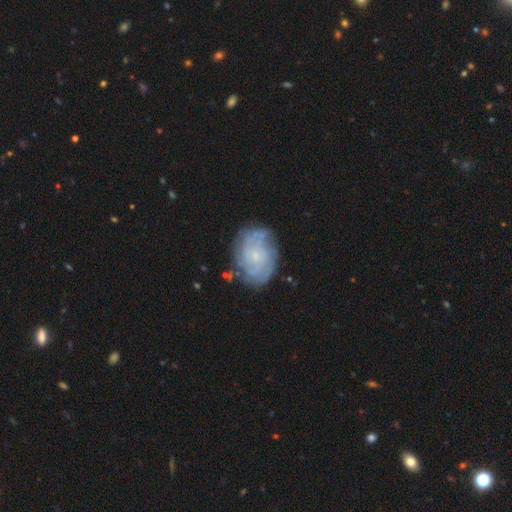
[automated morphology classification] A featured or disk galaxy (77%) with no bar (78%), tight (67%) spiral arms (91%) and a small central bulge (74%). Merging: none (74%).